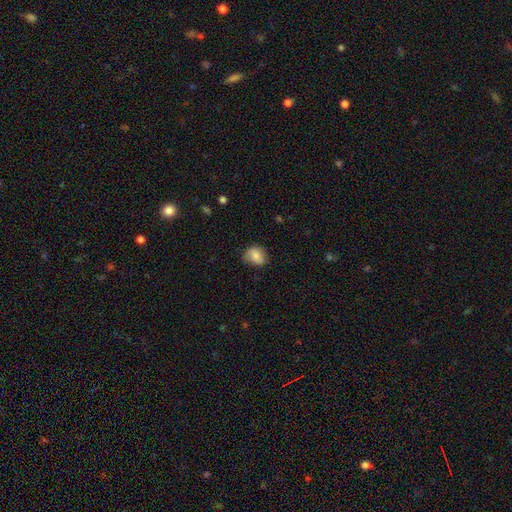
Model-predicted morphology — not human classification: smooth-or-featured: smooth: 79% | featured or disk: 13% | star or artifact: 8%
  how-rounded: round: 52% | in between: 46% | cigar-shaped: 1%
  merging: none: 65% | minor disturbance: 27% | major disturbance: 6% | merger: 1%